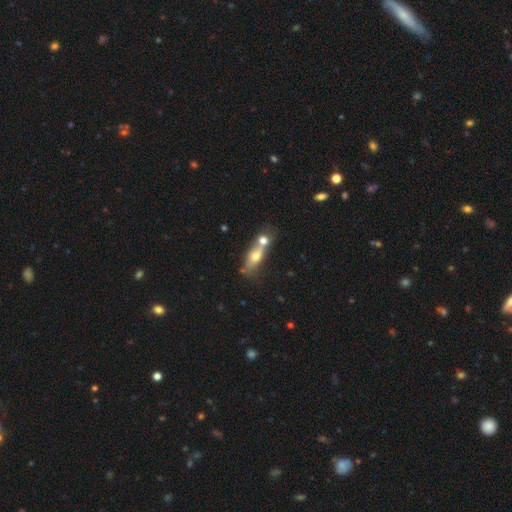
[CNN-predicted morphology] type=smooth (61%); roundness=in between (54%); merging=merger (53%).